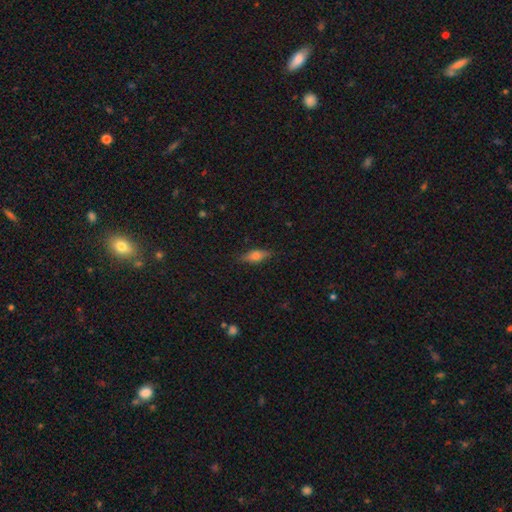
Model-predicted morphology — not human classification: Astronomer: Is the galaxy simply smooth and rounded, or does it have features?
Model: smooth — 61%.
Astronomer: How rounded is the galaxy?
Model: in between — 58% (runner-up: cigar-shaped, 38%).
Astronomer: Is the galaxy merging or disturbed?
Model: none — 84%.